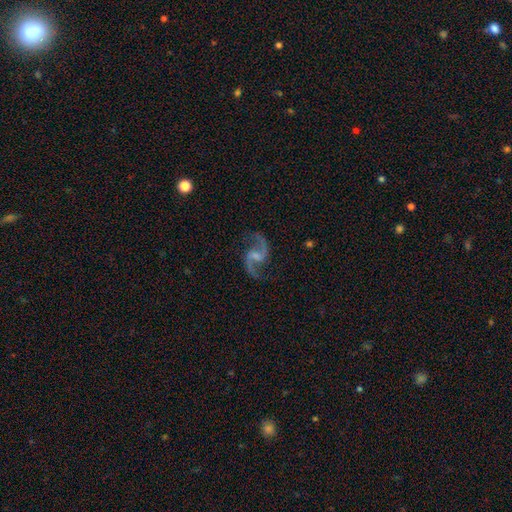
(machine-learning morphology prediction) A featured or disk galaxy (92%) with a weak bar (53%), 2 (94%) loose (64%) spiral arms (98%) and a small central bulge (39%). Merging: none (82%).